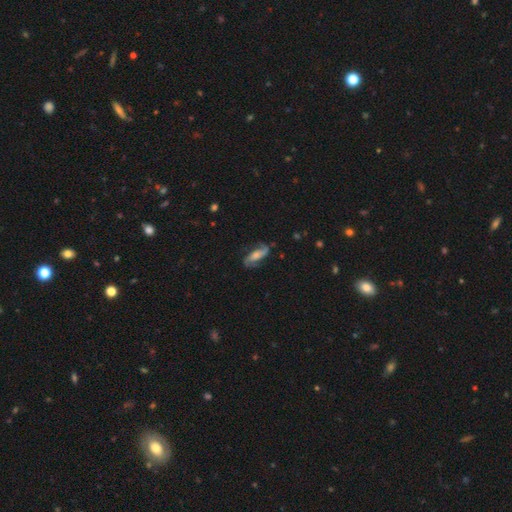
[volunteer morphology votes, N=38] Smooth or featured: featured or disk — 84% (smooth — 8%)
Edge-on disk: no — 94% (yes — 6%)
Bar: no — 47% (weak — 37%)
Spiral arms: yes — 100%
Spiral winding: loose — 60% (medium — 33%)
Spiral arm count: 2 — 97% (can't tell — 3%)
Bulge size: large — 40% (moderate — 37%)
Merging: none — 77% (minor disturbance — 20%)